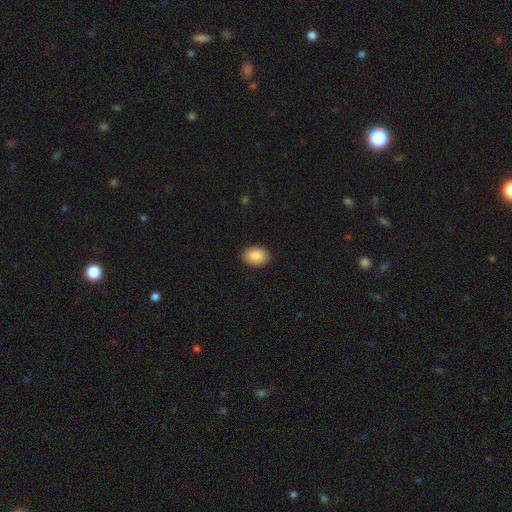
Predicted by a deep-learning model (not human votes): smooth-or-featured: smooth: 89% | star or artifact: 7% | featured or disk: 4%
  how-rounded: in between: 79% | round: 20% | cigar-shaped: 1%
  merging: none: 89% | minor disturbance: 8% | major disturbance: 2% | merger: 1%